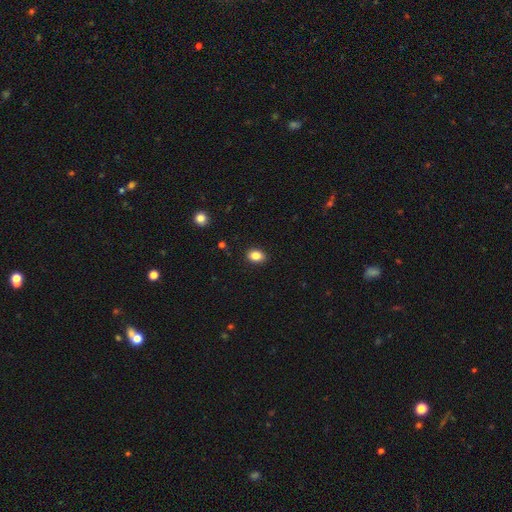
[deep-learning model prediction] smooth 85%, star or artifact 10%, featured or disk 5%. Down the decision tree: how rounded — in between (69%); merging — none (89%).